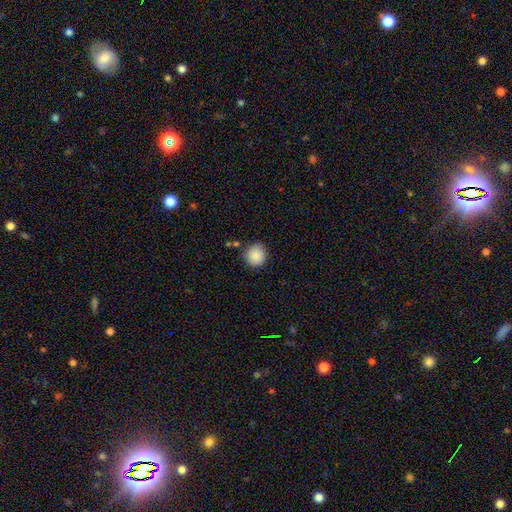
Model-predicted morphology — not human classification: The model was most divided on "merging": none: 85%, minor disturbance: 10%, merger: 3%, major disturbance: 2%. More confident: how rounded — round (89%); smooth or featured — smooth (87%).